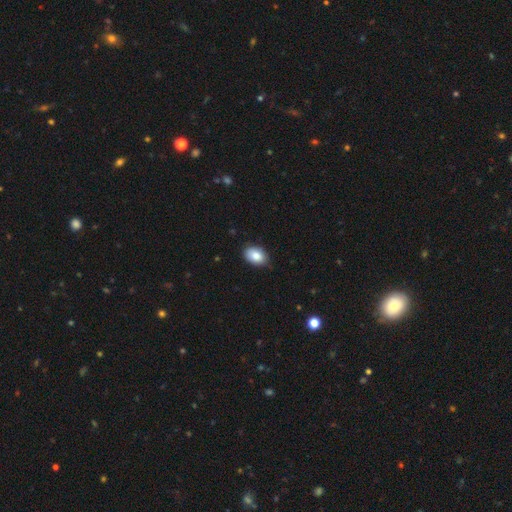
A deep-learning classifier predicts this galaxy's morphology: Q: Smooth or featured?
A: smooth (86%); runner-up: star or artifact (7%)
Q: How rounded?
A: in between (86%); runner-up: round (13%)
Q: Merging?
A: none (84%); runner-up: minor disturbance (13%)